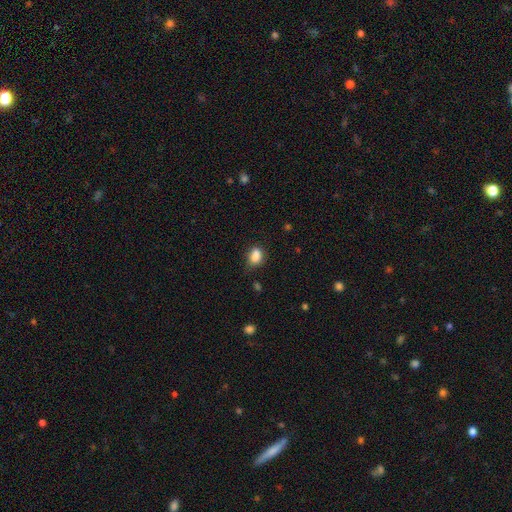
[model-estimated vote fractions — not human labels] Smooth or featured? smooth (85%)
How rounded? in between (71%)
Merging? none (60%)